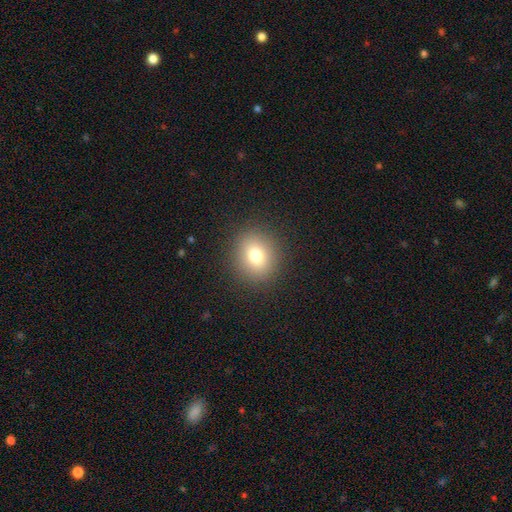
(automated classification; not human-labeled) Smooth or featured: smooth — 76% (star or artifact — 13%)
How rounded: round — 74% (in between — 25%)
Merging: none — 89% (minor disturbance — 7%)